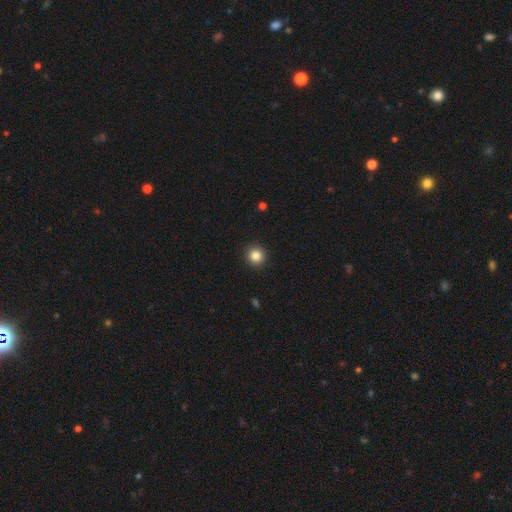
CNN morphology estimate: A smooth galaxy with no disk features (84%) that is round (94%).

Vote fractions:
- Smooth or featured? smooth: 84% / star or artifact: 11% / featured or disk: 5%
- How rounded? round: 94% / in between: 5% / cigar-shaped: 1%
- Merging? none: 93% / minor disturbance: 5% / major disturbance: 2% / merger: 1%